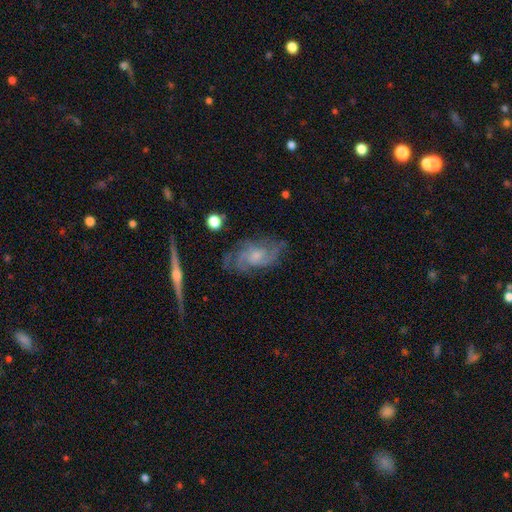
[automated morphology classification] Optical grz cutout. It shows a featured or disk galaxy (81%) with no bar (70%), medium (44%) spiral arms (94%) and a small central bulge (59%). Merging: none (67%).